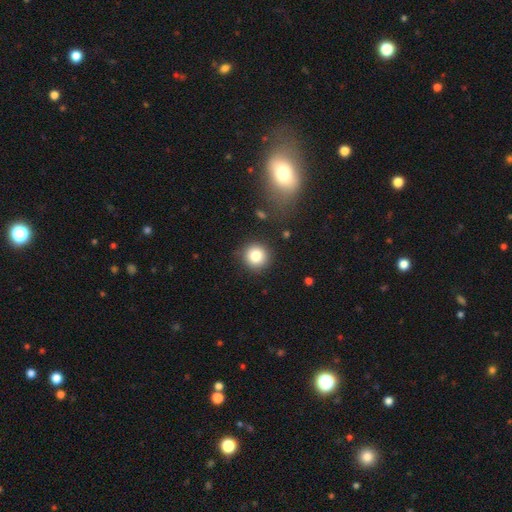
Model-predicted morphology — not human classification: smooth 82%, star or artifact 11%, featured or disk 7%. Down the decision tree: how rounded — round (93%); merging — none (87%).